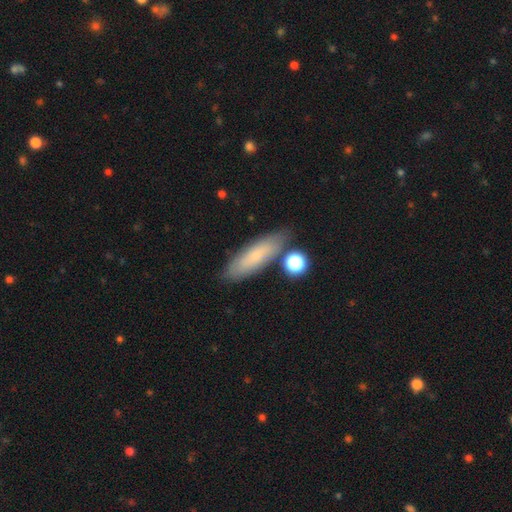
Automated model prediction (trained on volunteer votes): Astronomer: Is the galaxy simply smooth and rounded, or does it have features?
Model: smooth — 68%.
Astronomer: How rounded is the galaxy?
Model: cigar-shaped — 52% (runner-up: in between, 45%).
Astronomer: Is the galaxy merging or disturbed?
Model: none — 75%.